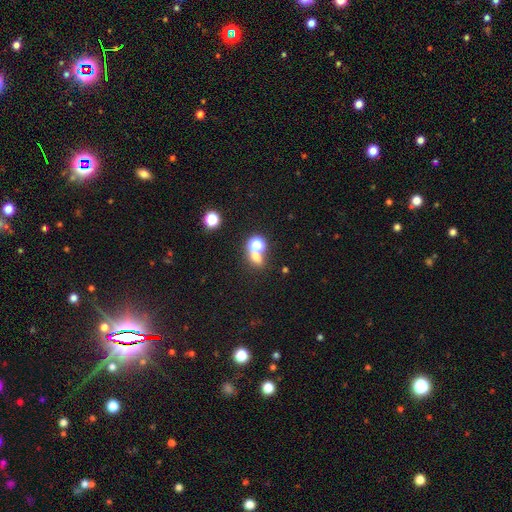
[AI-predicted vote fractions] A smooth galaxy with no disk features (61%) that is round (55%). Merging: none (46%).